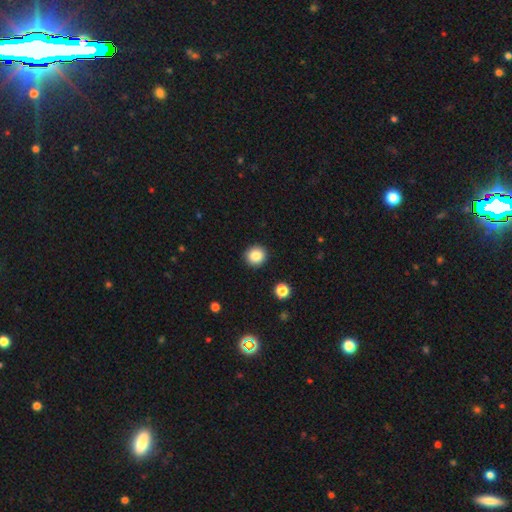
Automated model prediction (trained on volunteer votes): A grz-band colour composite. It shows a smooth galaxy with no disk features (85%) that is round (90%). Merging: none (92%).